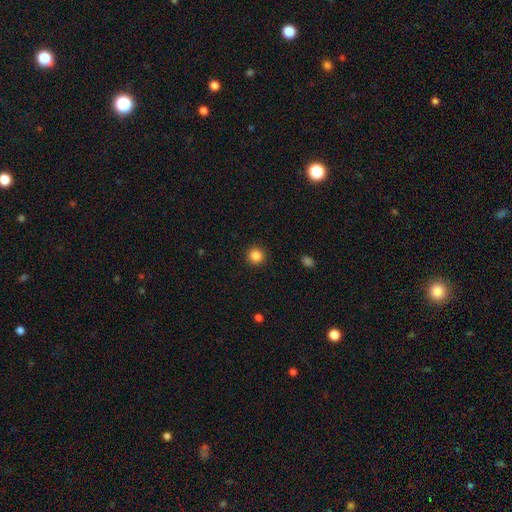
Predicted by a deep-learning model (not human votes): Smooth or featured? Predicted: smooth (p=0.85). How rounded? Predicted: round (p=0.95). Merging? Predicted: none (p=0.92).